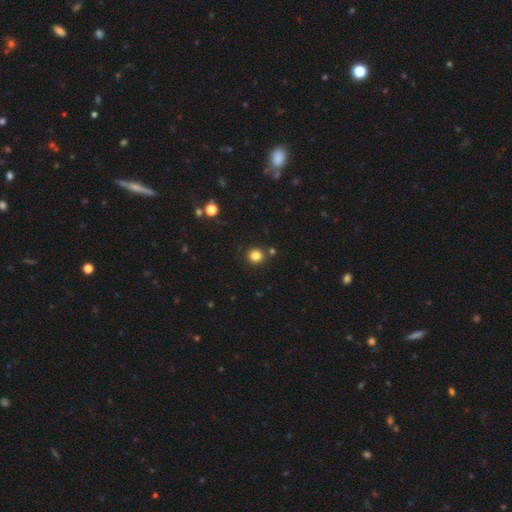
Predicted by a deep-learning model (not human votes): Overall: smooth (82%). How rounded: round (91%). Merging: none (85%).